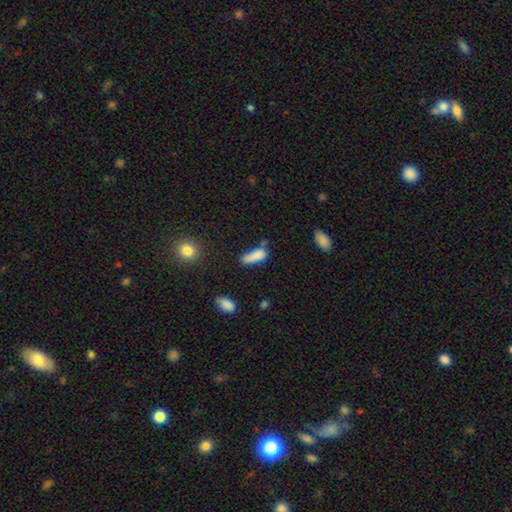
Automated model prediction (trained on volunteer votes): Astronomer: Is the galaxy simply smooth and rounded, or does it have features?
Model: smooth — 82%.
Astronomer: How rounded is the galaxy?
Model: in between — 57% (runner-up: cigar-shaped, 41%).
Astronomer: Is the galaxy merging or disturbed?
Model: none — 45% (runner-up: minor disturbance, 30%).